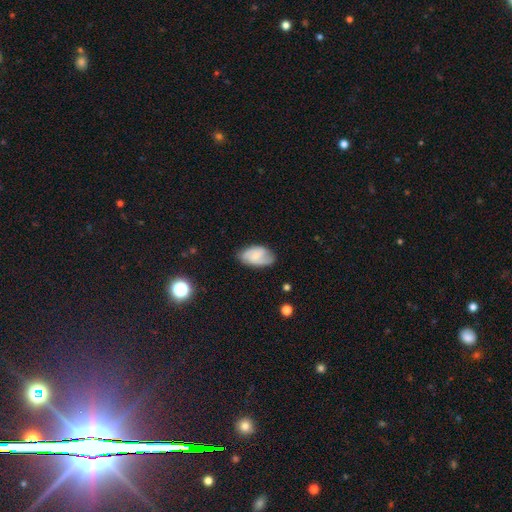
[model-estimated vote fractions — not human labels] Smooth or featured? featured or disk (53%)
Edge-on disk? no (96%)
Bar? weak (46%)
Spiral arms? yes (88%)
Bulge size? small (50%)
Merging? none (73%)